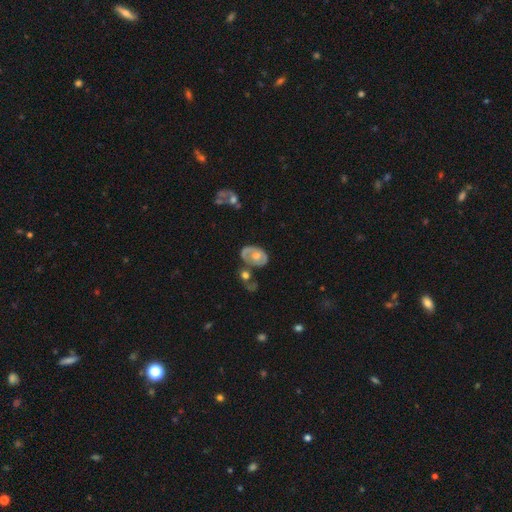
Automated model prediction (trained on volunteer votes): Overall: featured or disk (56%; smooth 38%). Edge-on disk: no (94%). Bar: no (85%). Spiral arms: no (65%; yes 35%). Bulge size: moderate (64%). Merging: none (46%; minor disturbance 23%).